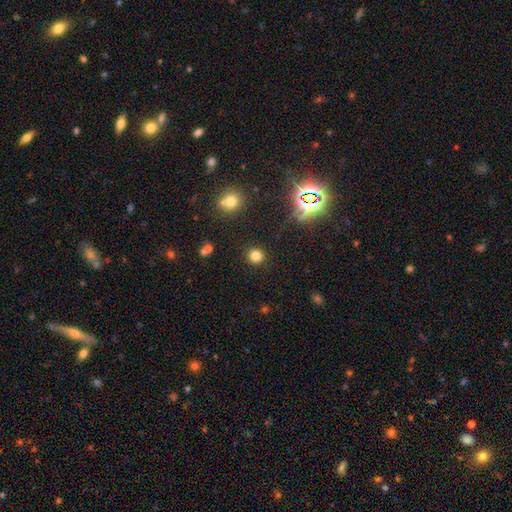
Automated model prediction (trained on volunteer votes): smooth-or-featured: smooth: 77% | star or artifact: 17% | featured or disk: 6%
  how-rounded: round: 93% | in between: 6% | cigar-shaped: 1%
  merging: none: 90% | minor disturbance: 5% | major disturbance: 2% | merger: 2%